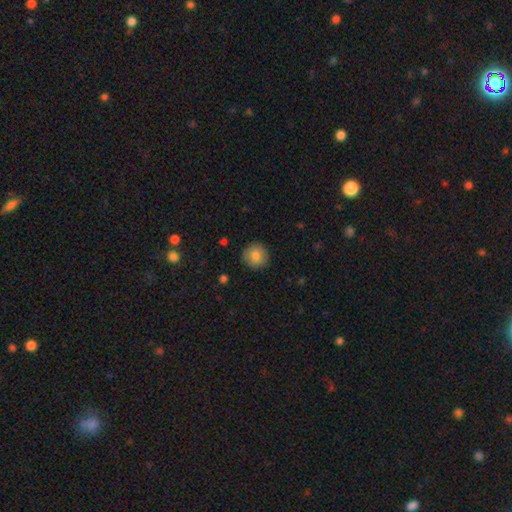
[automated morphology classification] Smooth or featured? smooth (82%)
How rounded? round (94%)
Merging? none (89%)